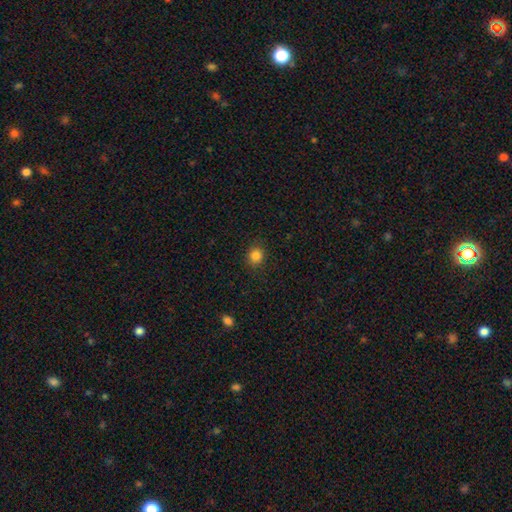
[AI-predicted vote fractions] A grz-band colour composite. It shows a smooth galaxy with no disk features (84%) that is round (83%). Merging: none (89%).